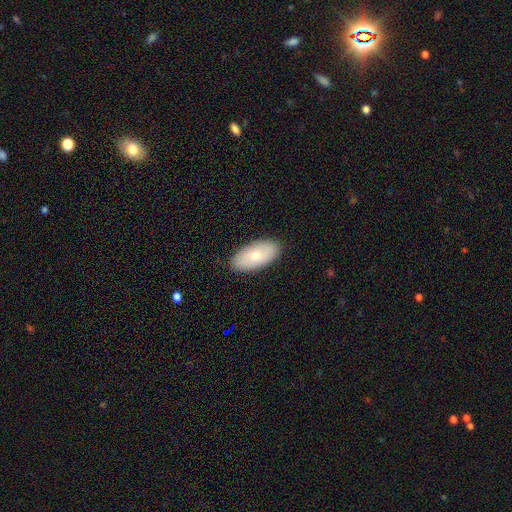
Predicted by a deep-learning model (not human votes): smooth_or_featured: smooth (p=0.73) [alt: featured or disk p=0.21]
how_rounded: in between (p=0.94) [alt: cigar-shaped p=0.03]
merging: none (p=0.88) [alt: minor disturbance p=0.09]